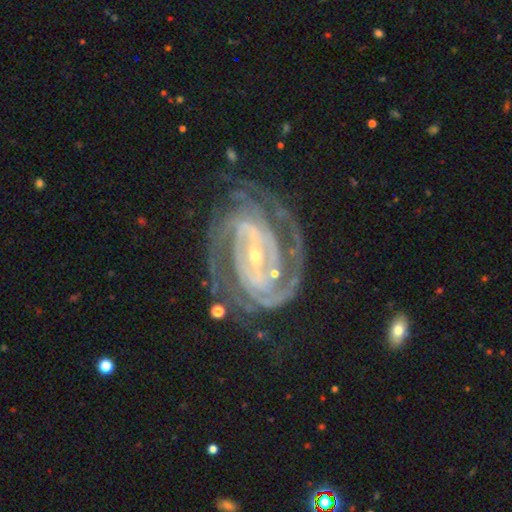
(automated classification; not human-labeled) Overall: featured or disk (92%). Edge-on disk: no (97%). Bar: strong (53%; weak 30%). Spiral arms: yes (98%). Spiral arm count: 2 (51%; 3 16%). Spiral winding: tight (65%; medium 30%). Bulge size: small (77%). Merging: none (68%).